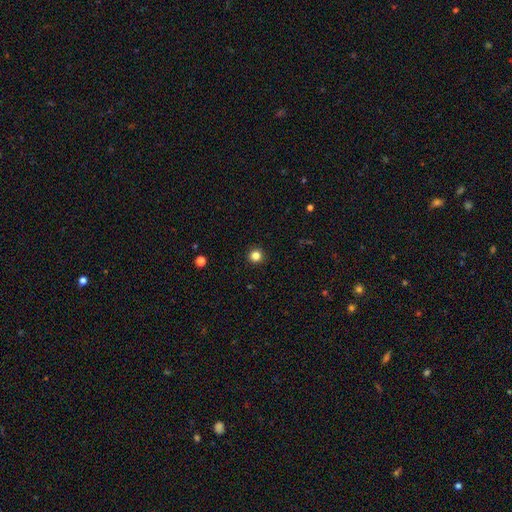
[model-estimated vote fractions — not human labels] Smooth or featured? smooth (83%)
How rounded? round (96%)
Merging? none (93%)